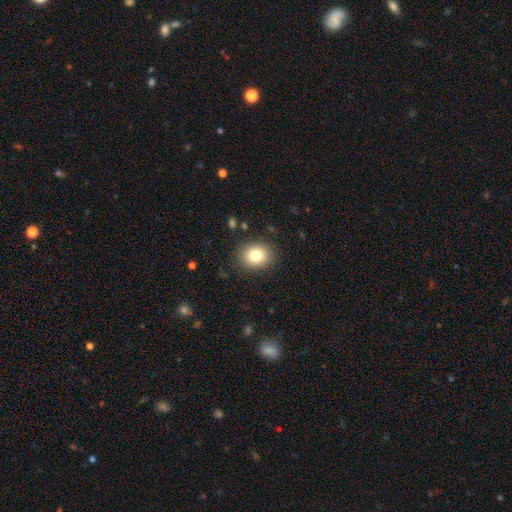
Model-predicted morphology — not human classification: This appears to be a smooth galaxy with no disk features (81%) that is round (57%). Merging: none (87%).